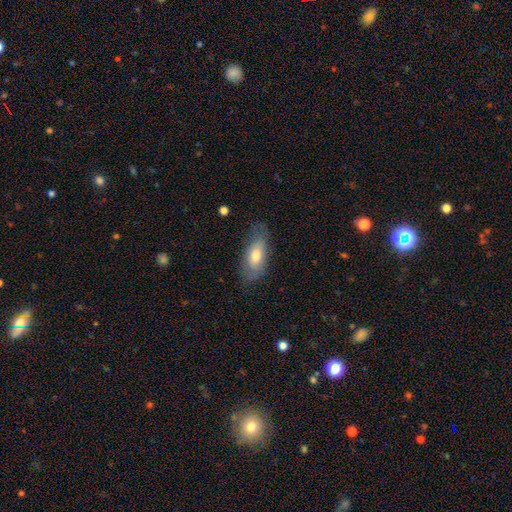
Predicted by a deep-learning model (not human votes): This is likely a smooth galaxy (68%). How rounded: clearly in between (84%). Merging: likely none (72%).